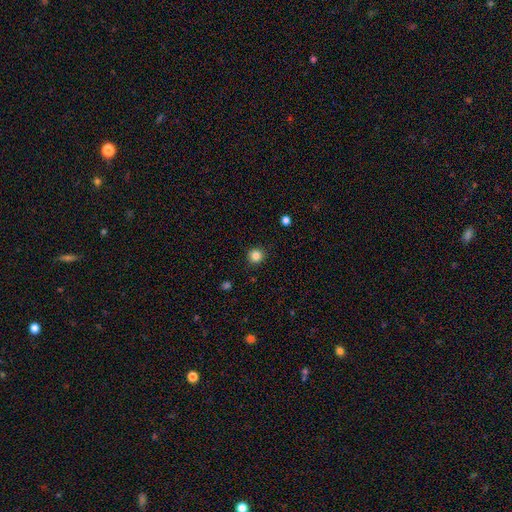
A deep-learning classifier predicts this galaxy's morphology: Overall: smooth (84%). How rounded: round (94%). Merging: none (91%).